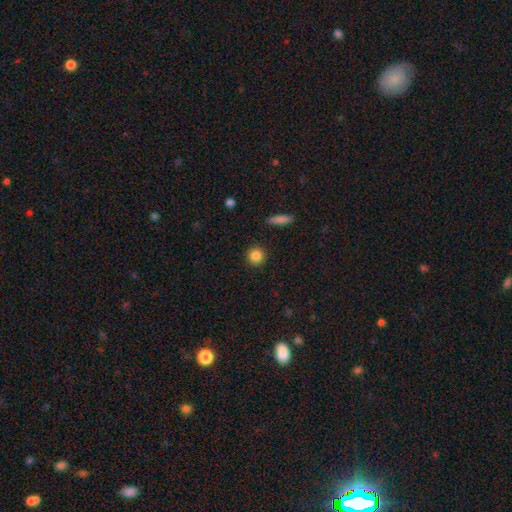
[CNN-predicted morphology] A smooth galaxy with no disk features (86%) that is round (93%). Merging: none (91%).